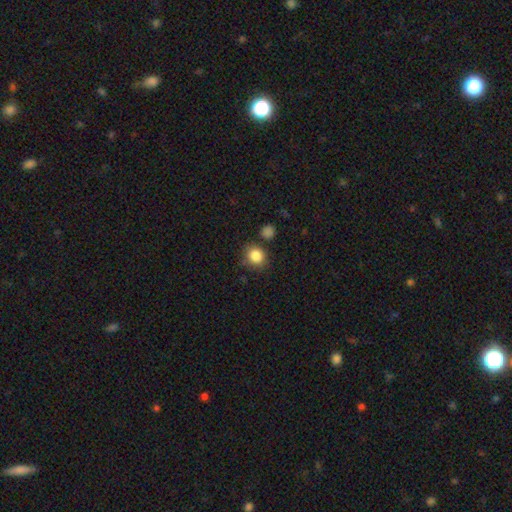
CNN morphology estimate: Smooth or featured? smooth (86%)
How rounded? round (78%)
Merging? none (77%)